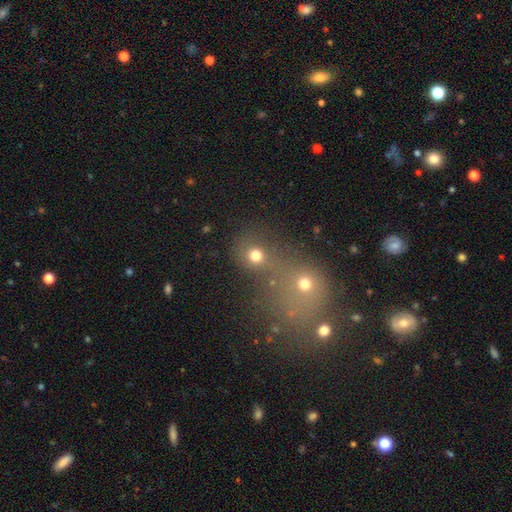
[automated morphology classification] Smooth or featured: smooth — 73% (star or artifact — 18%)
How rounded: round — 86% (in between — 13%)
Merging: none — 47% (merger — 42%)